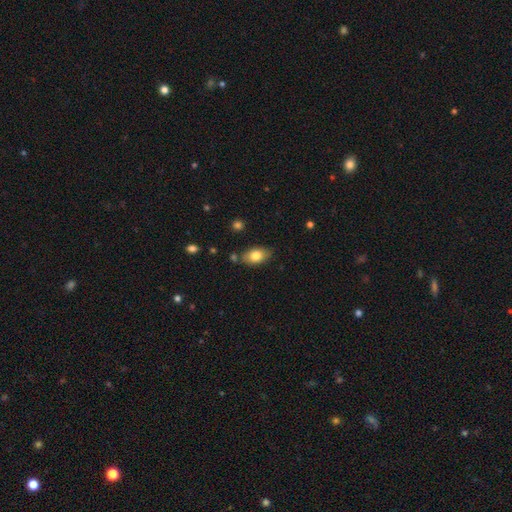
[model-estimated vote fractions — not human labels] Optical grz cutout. It shows a smooth galaxy with no disk features (79%) that is in between round and cigar-shaped (88%). Merging: none (77%).